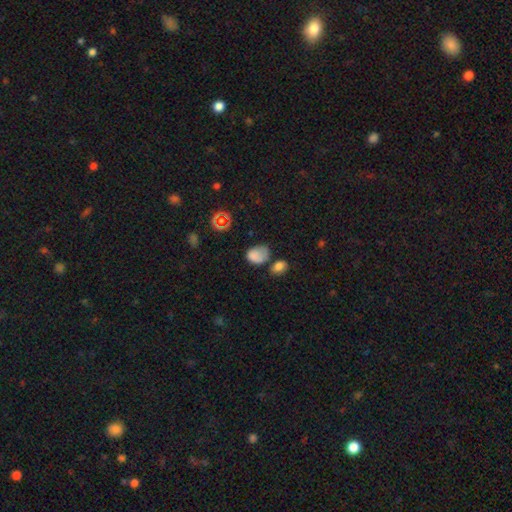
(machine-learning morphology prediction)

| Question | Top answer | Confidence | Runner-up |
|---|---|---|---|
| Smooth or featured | smooth | 77% | star or artifact (14%) |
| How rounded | in between | 69% | round (30%) |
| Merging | none | 35% | minor disturbance (31%) |